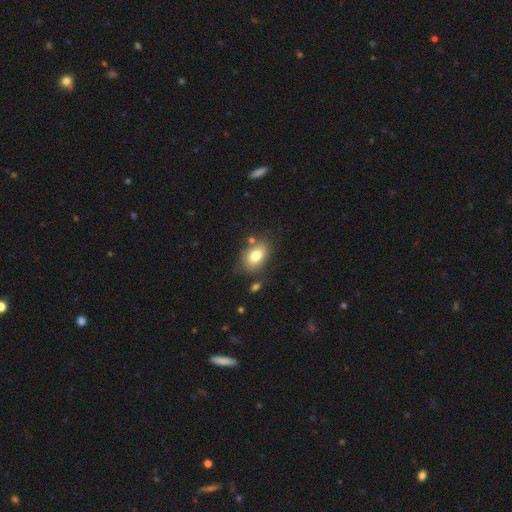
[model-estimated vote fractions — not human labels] A smooth galaxy with no disk features (79%) that is in between round and cigar-shaped (82%). Merging: none (75%).